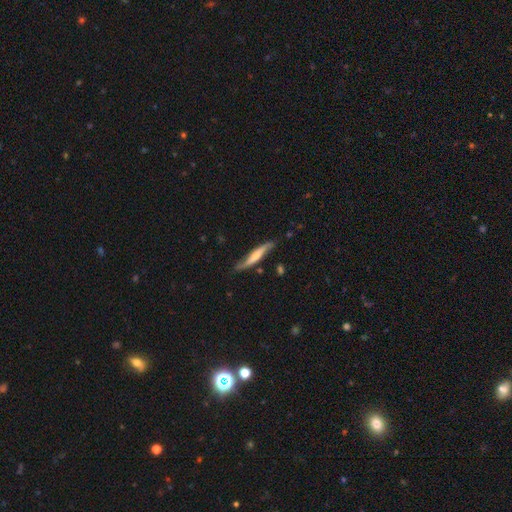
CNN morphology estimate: Smooth or featured? featured or disk (54%)
Edge-on disk? yes (66%)
Merging? none (72%)